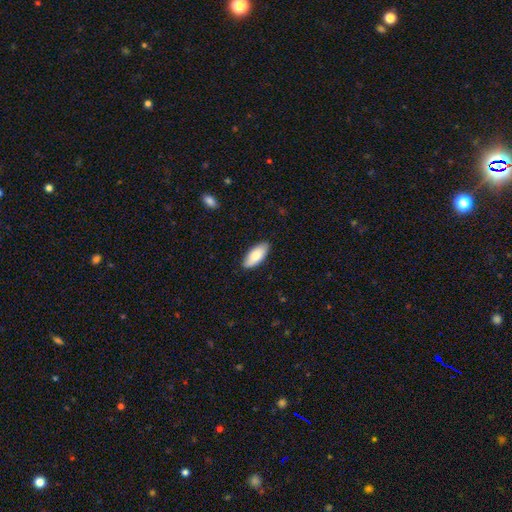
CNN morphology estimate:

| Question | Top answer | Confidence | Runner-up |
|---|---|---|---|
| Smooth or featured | smooth | 81% | featured or disk (13%) |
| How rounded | in between | 88% | cigar-shaped (11%) |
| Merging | none | 87% | minor disturbance (10%) |